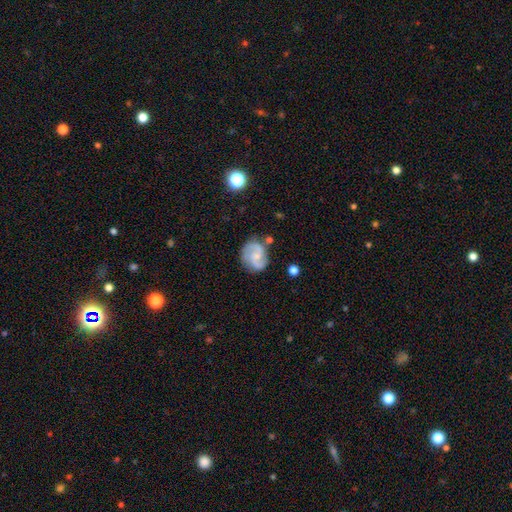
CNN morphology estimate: The model was most divided on "bar": no: 53%, weak: 41%, strong: 7%. More confident: edge-on disk — no (98%); spiral arms — yes (96%); spiral arm count — 2 (88%); smooth or featured — featured or disk (79%); merging — none (72%); bulge size — small (53%); spiral winding — medium (52%).